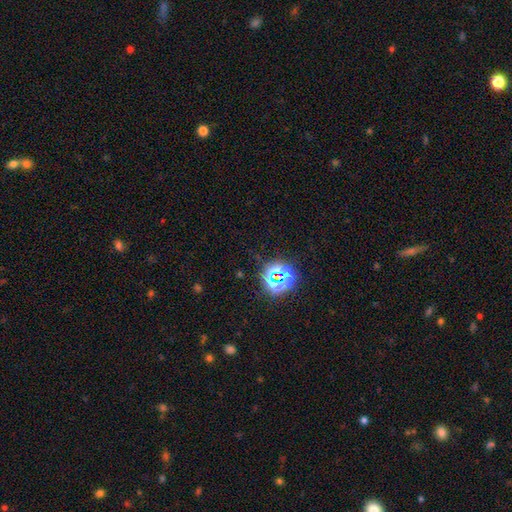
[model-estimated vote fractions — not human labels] Morphology: type=star or artifact (74%).